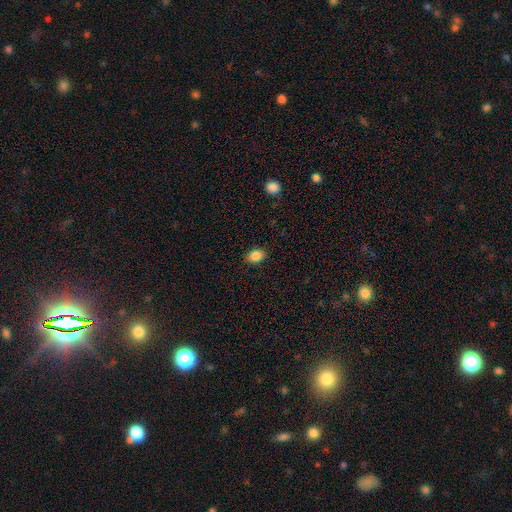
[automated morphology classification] smooth_or_featured: smooth (p=0.87) [alt: star or artifact p=0.09]
how_rounded: in between (p=0.72) [alt: round p=0.27]
merging: none (p=0.87) [alt: minor disturbance p=0.10]